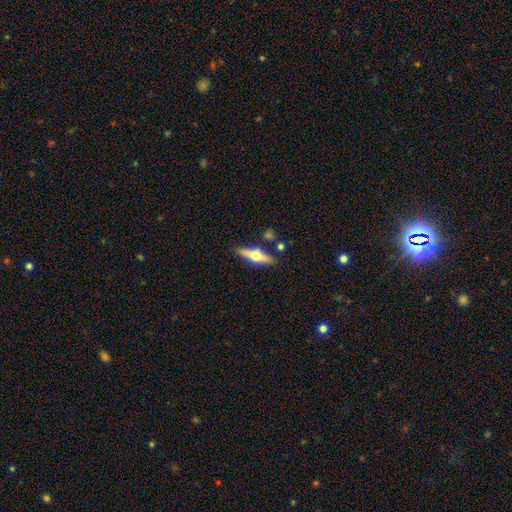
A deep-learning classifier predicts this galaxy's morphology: A featured or disk galaxy (63%) viewed edge-on (94%) with a rounded central bulge (96%).

Vote fractions:
- Smooth or featured? featured or disk: 63% / smooth: 31% / star or artifact: 6%
- Edge-on disk? yes: 94% / no: 6%
- Edge-on bulge? rounded: 96% / boxy: 2% / none: 2%
- Merging? none: 83% / minor disturbance: 9% / merger: 5% / major disturbance: 2%